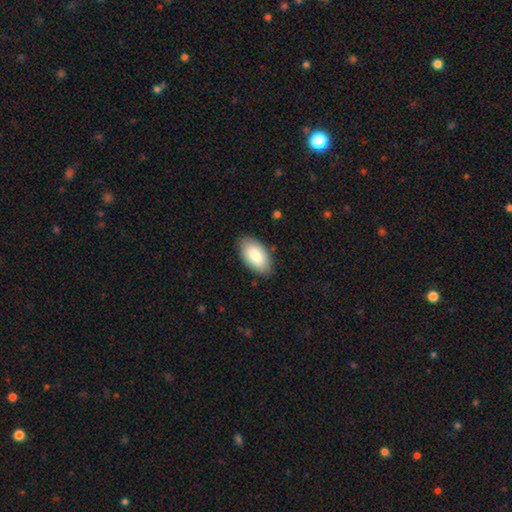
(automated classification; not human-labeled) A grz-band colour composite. It shows a smooth galaxy with no disk features (83%) that is in between round and cigar-shaped (95%). Merging: none (86%).